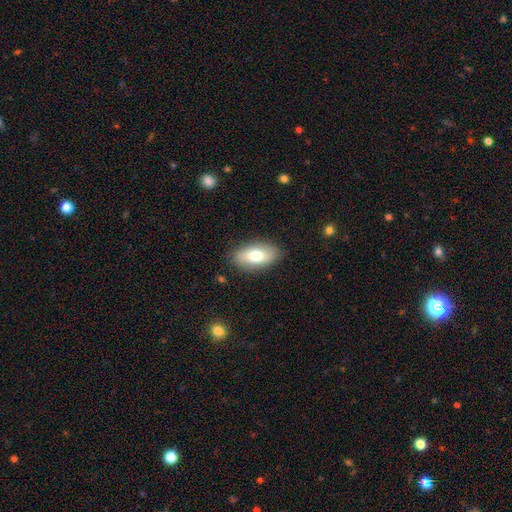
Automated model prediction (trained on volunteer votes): Smooth or featured? smooth (72%)
How rounded? in between (91%)
Merging? none (86%)